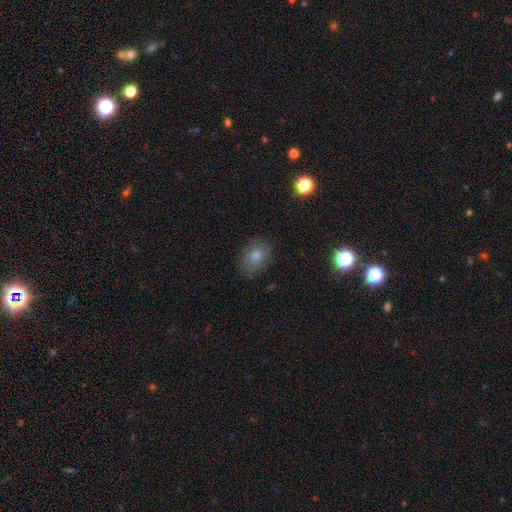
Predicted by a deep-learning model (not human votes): A smooth galaxy with no disk features (72%) that is in between round and cigar-shaped (64%). Merging: none (84%).